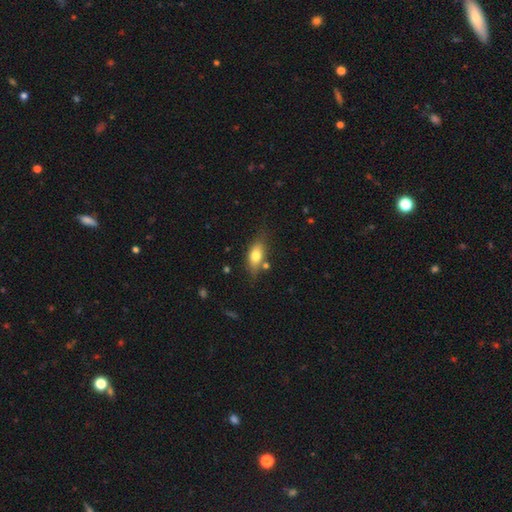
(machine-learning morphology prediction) smooth 72%, featured or disk 20%, star or artifact 8%. Down the decision tree: how rounded — in between (82%); merging — none (68%).